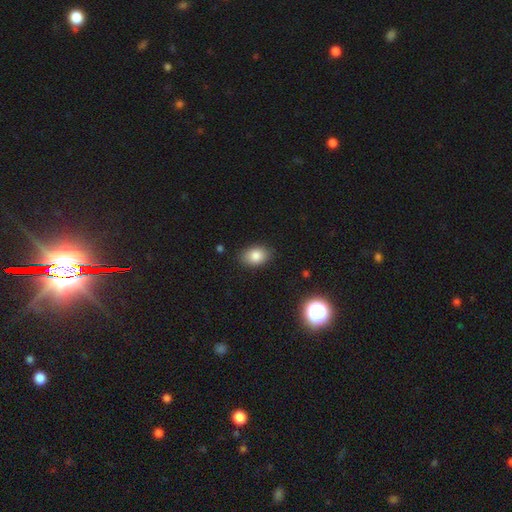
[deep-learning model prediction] Q: Smooth or featured?
A: smooth (84%); runner-up: star or artifact (9%)
Q: How rounded?
A: in between (80%); runner-up: round (19%)
Q: Merging?
A: none (86%); runner-up: minor disturbance (11%)